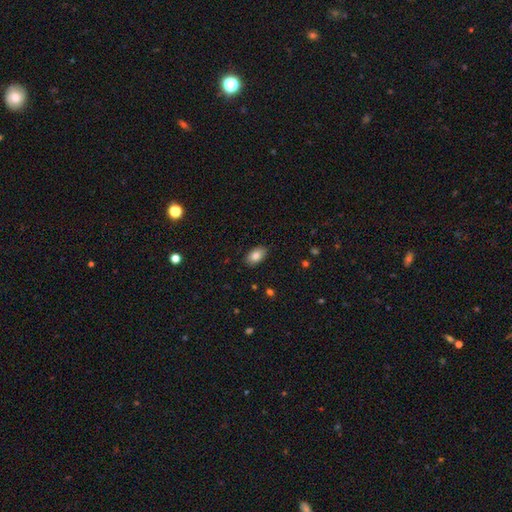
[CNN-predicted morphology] A smooth galaxy with no disk features (83%) that is in between round and cigar-shaped (92%).

Vote fractions:
- Smooth or featured? smooth: 83% / featured or disk: 9% / star or artifact: 8%
- How rounded? in between: 92% / round: 6% / cigar-shaped: 2%
- Merging? none: 87% / minor disturbance: 9% / major disturbance: 2% / merger: 1%